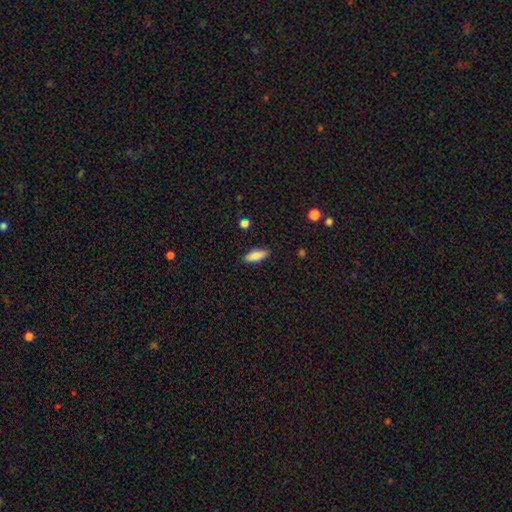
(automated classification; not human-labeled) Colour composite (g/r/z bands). It shows a smooth galaxy with no disk features (84%) that is in between round and cigar-shaped (61%). Merging: none (87%).